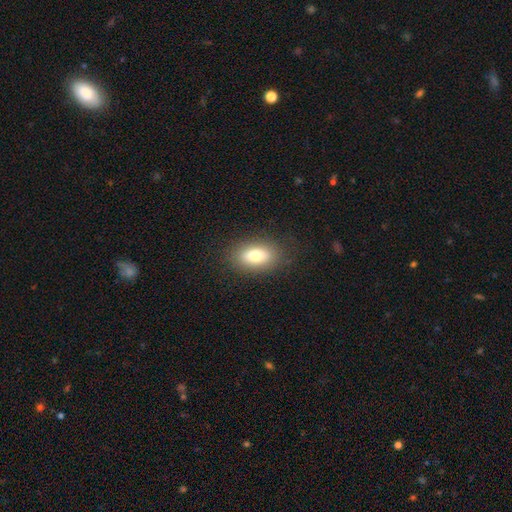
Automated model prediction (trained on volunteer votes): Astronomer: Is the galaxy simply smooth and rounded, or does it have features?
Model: smooth — 75%.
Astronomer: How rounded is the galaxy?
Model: in between — 86%.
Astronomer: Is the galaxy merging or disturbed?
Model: none — 85%.